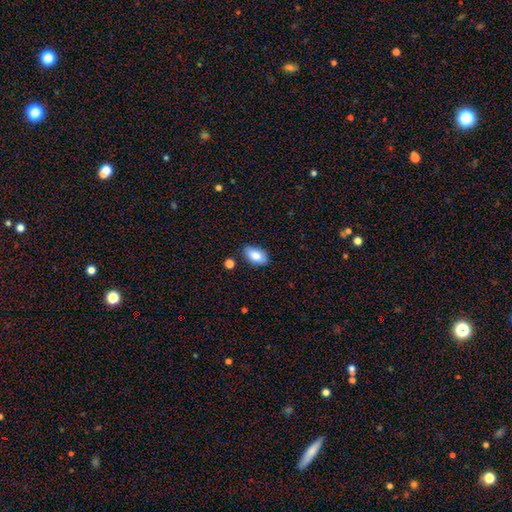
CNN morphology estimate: type=smooth (82%); roundness=in between (92%); merging=none (84%).